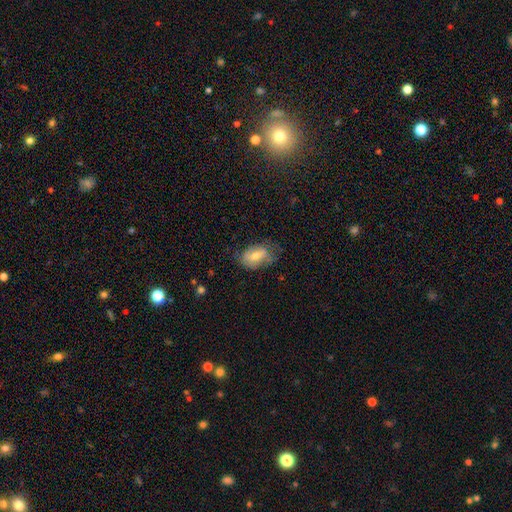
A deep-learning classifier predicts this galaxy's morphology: Smooth or featured?
  - smooth: 58% *
  - featured or disk: 34%
  - star or artifact: 7%
How rounded?
  - in between: 87% *
  - round: 11%
  - cigar-shaped: 2%
Merging?
  - none: 56% *
  - minor disturbance: 30%
  - major disturbance: 12%
  - merger: 1%